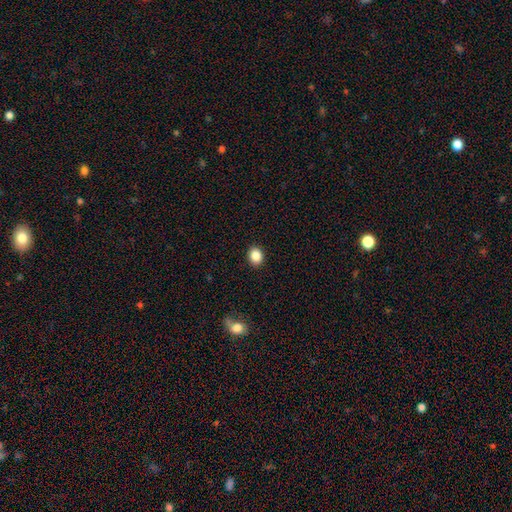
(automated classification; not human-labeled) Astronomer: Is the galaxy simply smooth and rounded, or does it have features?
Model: smooth — 87%.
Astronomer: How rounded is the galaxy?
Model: round — 56% (runner-up: in between, 44%).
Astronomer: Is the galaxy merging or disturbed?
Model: none — 91%.